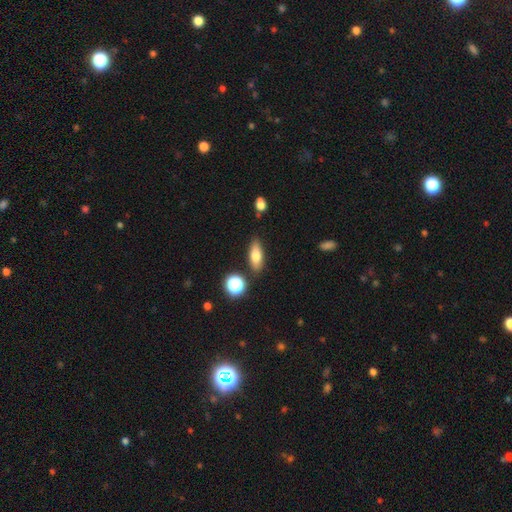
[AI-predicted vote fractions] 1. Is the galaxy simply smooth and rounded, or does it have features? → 73% smooth, 18% featured or disk, 9% star or artifact.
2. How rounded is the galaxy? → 69% in between, 26% cigar-shaped, 5% round.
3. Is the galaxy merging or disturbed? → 82% none, 11% minor disturbance, 4% merger, 3% major disturbance.